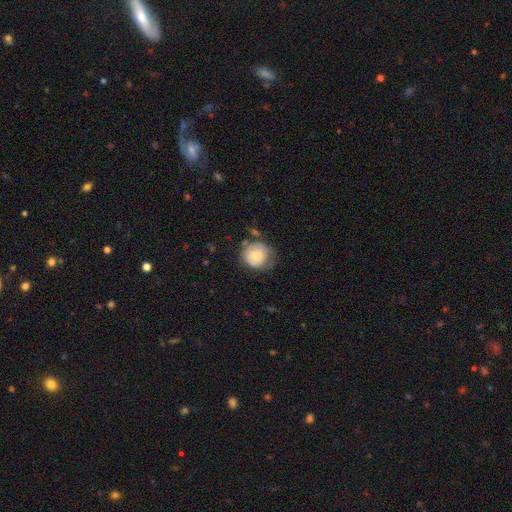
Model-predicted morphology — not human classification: The model was most divided on "merging": none: 54%, minor disturbance: 30%, major disturbance: 11%, merger: 5%. More confident: how rounded — round (88%); smooth or featured — smooth (74%).